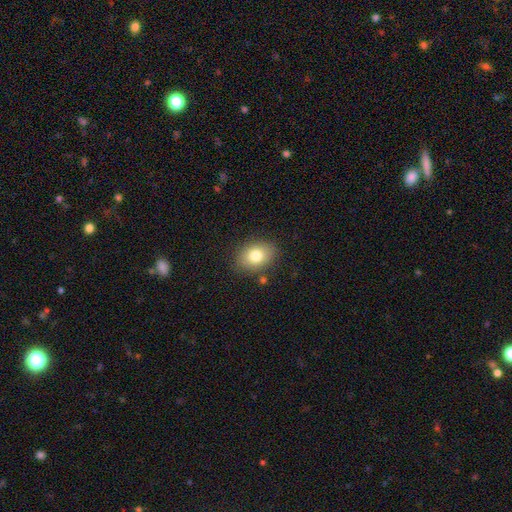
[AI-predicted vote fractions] Smooth or featured? smooth (79%)
How rounded? in between (68%)
Merging? none (84%)